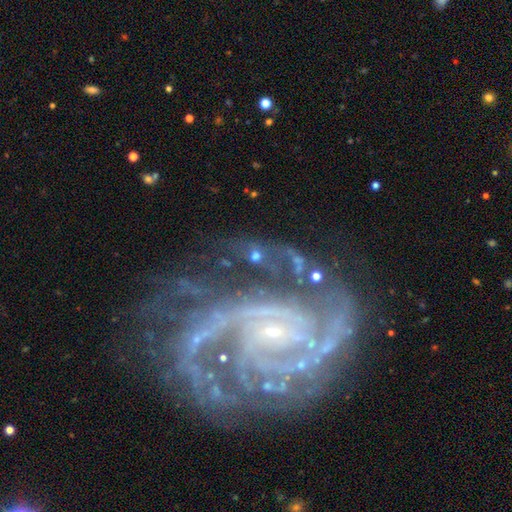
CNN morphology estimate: smooth-or-featured: featured or disk: 42% | smooth: 33% | star or artifact: 25%
  merging: none: 49% | minor disturbance: 19% | major disturbance: 18% | merger: 14%